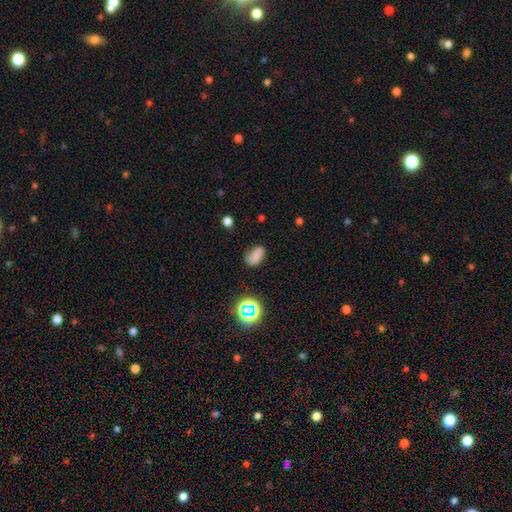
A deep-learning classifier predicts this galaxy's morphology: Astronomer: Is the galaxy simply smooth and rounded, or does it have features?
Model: smooth — 65%.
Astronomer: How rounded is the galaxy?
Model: in between — 81%.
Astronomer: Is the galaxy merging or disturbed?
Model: none — 53%.